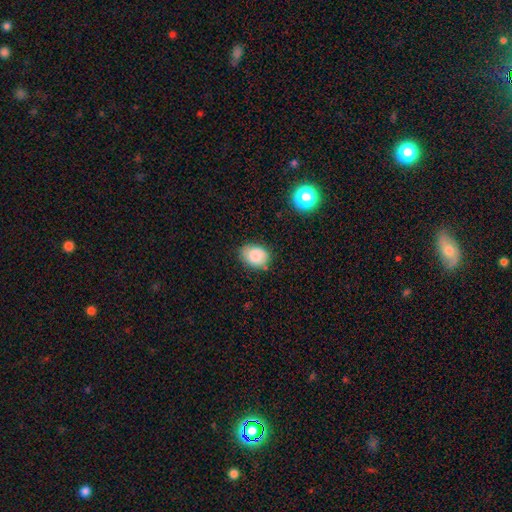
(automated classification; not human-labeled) Morphology: type=smooth (78%); roundness=in between (65%); merging=none (74%).